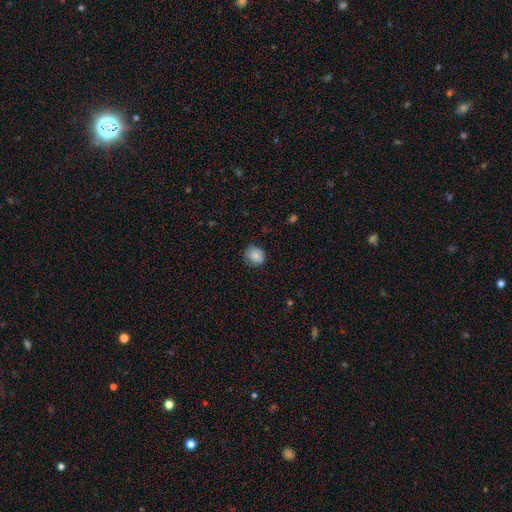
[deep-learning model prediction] A smooth galaxy with no disk features (78%) that is round (76%).

Vote fractions:
- Smooth or featured? smooth: 78% / featured or disk: 14% / star or artifact: 9%
- How rounded? round: 76% / in between: 23% / cigar-shaped: 1%
- Merging? none: 70% / minor disturbance: 23% / major disturbance: 5% / merger: 2%